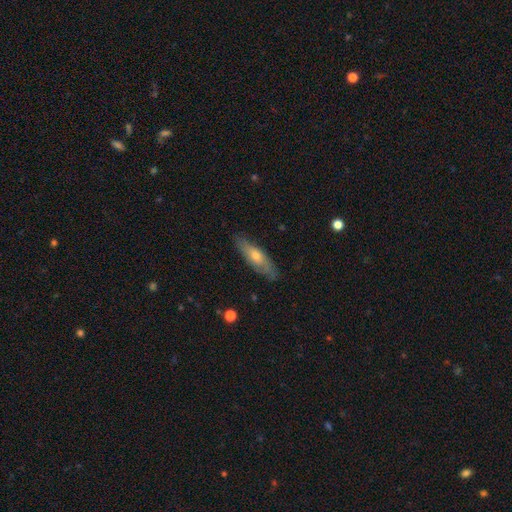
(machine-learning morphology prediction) Smooth or featured? Predicted: featured or disk (p=0.49). Merging? Predicted: none (p=0.79).